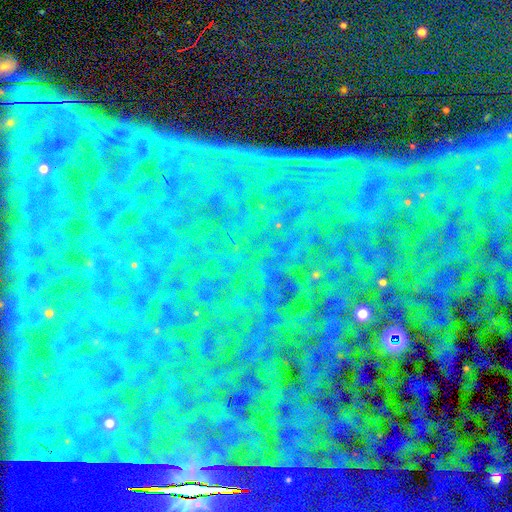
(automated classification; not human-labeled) star or artifact 86%, featured or disk 8%, smooth 6%.